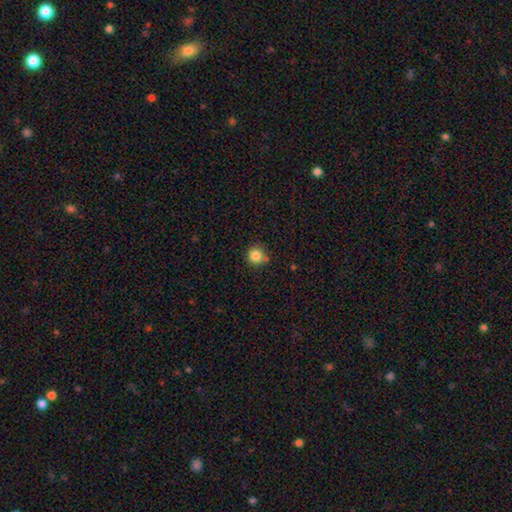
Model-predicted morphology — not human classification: Smooth or featured? smooth (84%)
How rounded? round (92%)
Merging? none (73%)